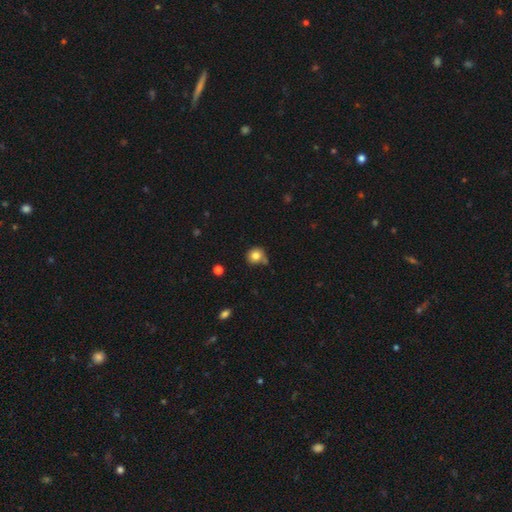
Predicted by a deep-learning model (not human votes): smooth 81%, star or artifact 11%, featured or disk 8%. Down the decision tree: how rounded — round (87%); merging — none (65%).